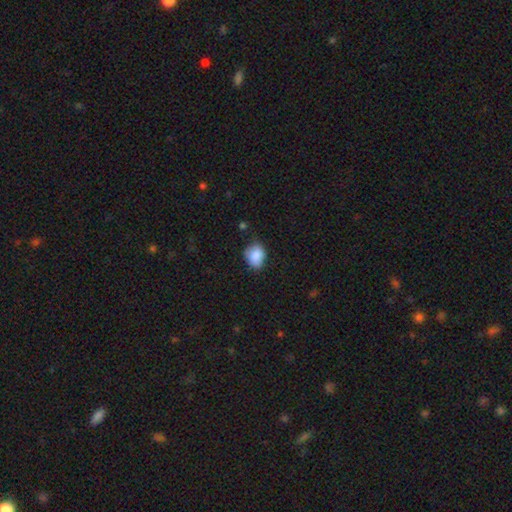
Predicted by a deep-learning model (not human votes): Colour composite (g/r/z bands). It shows a smooth galaxy with no disk features (85%) that is in between round and cigar-shaped (56%). Merging: none (62%).